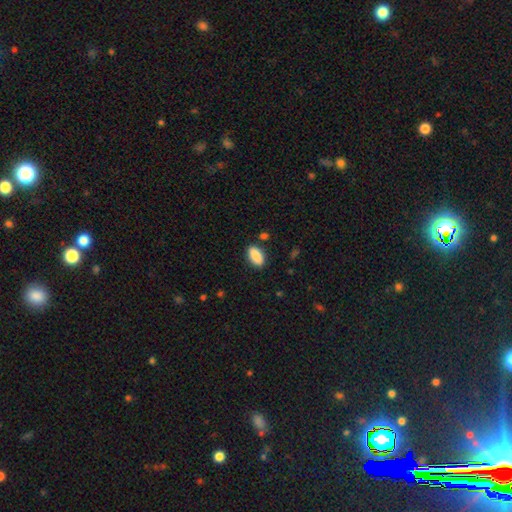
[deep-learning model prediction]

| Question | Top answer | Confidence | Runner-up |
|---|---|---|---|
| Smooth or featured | smooth | 88% | star or artifact (7%) |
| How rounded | in between | 87% | cigar-shaped (10%) |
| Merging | none | 85% | minor disturbance (10%) |